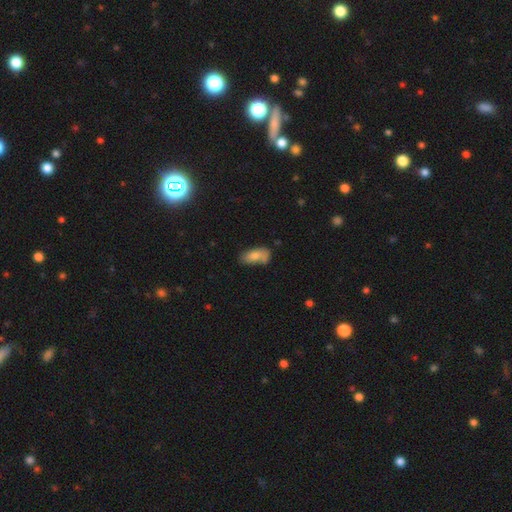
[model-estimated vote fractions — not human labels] smooth-or-featured: smooth: 75% | featured or disk: 17% | star or artifact: 8%
  how-rounded: in between: 88% | cigar-shaped: 8% | round: 4%
  merging: none: 51% | minor disturbance: 28% | merger: 11% | major disturbance: 9%